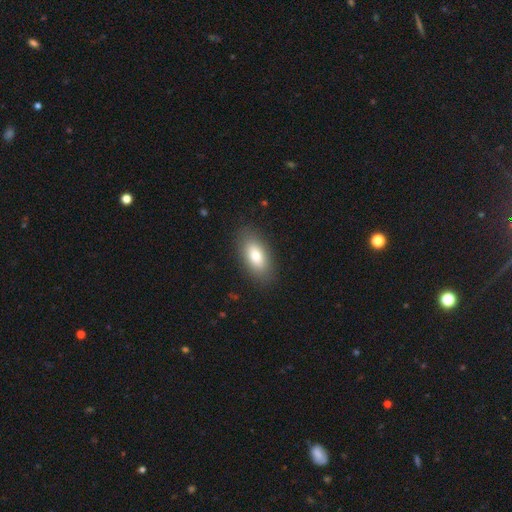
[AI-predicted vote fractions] This appears to be a smooth galaxy with no disk features (79%) that is in between round and cigar-shaped (88%). Merging: none (87%).